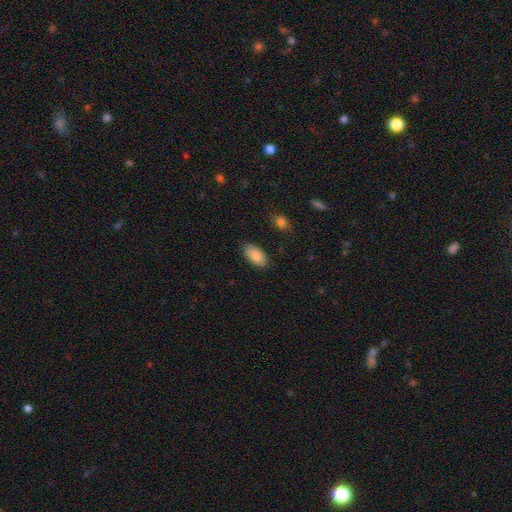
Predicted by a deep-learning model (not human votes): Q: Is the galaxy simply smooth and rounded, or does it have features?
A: smooth — 87%.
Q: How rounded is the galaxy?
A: in between — 94%.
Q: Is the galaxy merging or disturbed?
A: none — 84%.